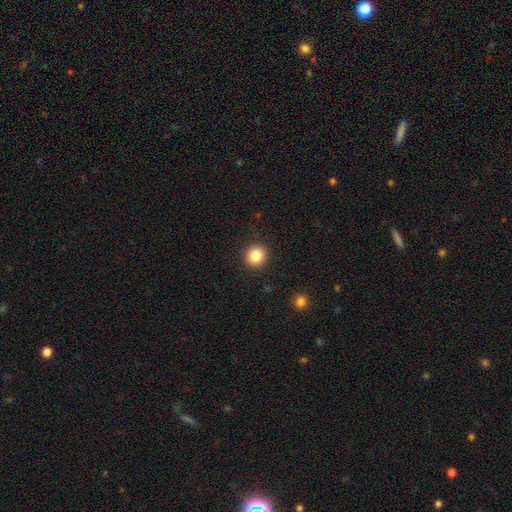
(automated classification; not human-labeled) Smooth or featured? smooth (86%)
How rounded? round (90%)
Merging? none (91%)